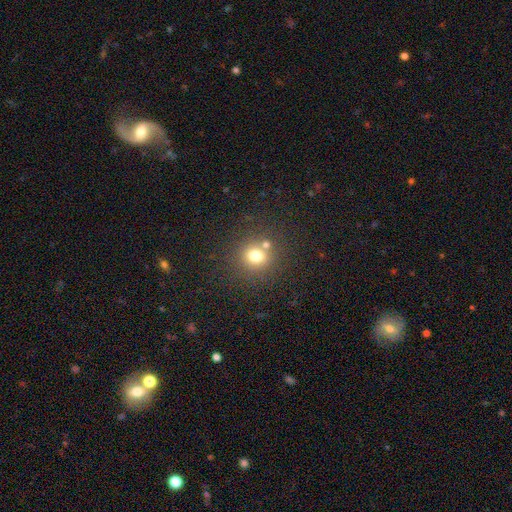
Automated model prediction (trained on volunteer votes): Overall: smooth (74%). How rounded: round (87%). Merging: none (71%).